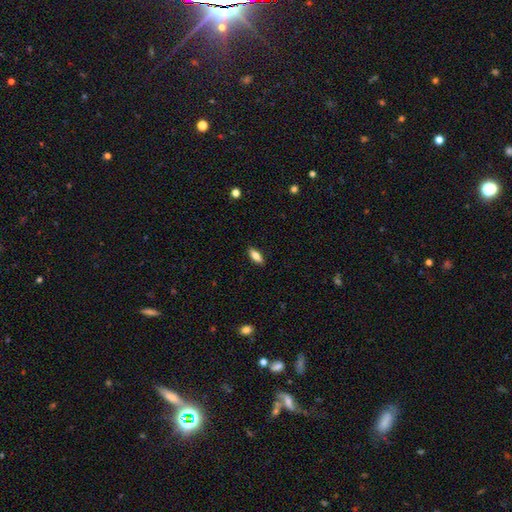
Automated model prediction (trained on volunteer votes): smooth-or-featured: smooth: 81% | featured or disk: 12% | star or artifact: 7%
  how-rounded: in between: 78% | cigar-shaped: 20% | round: 2%
  merging: none: 89% | minor disturbance: 8% | major disturbance: 2% | merger: 1%